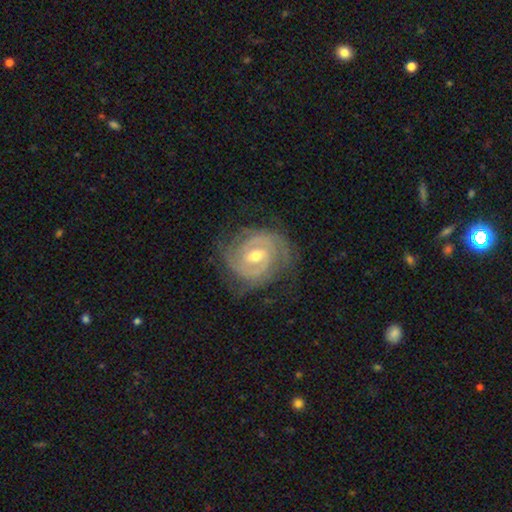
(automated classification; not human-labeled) Overall: featured or disk (90%). Edge-on disk: no (97%). Bar: weak (49%; no 29%). Spiral arms: yes (97%). Spiral arm count: 2 (56%; 3 19%). Spiral winding: tight (72%). Bulge size: moderate (63%; small 33%). Merging: none (77%).